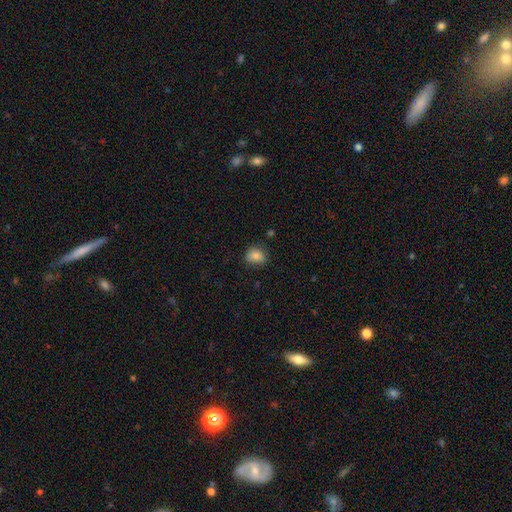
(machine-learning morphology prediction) Smooth or featured? smooth (81%)
How rounded? round (56%)
Merging? none (74%)